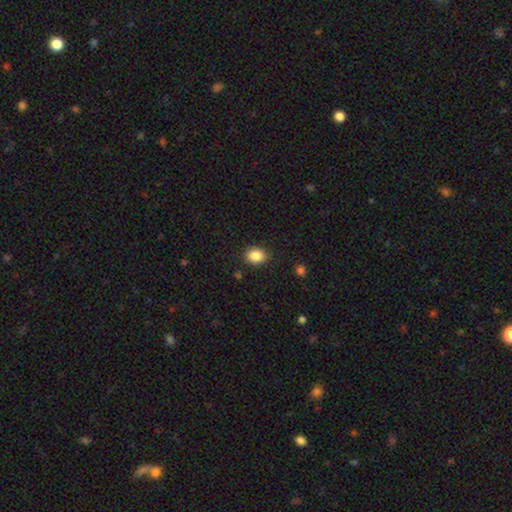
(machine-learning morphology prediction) smooth_or_featured: smooth (p=0.86) [alt: star or artifact p=0.09]
how_rounded: in between (p=0.54) [alt: round p=0.45]
merging: none (p=0.88) [alt: minor disturbance p=0.09]